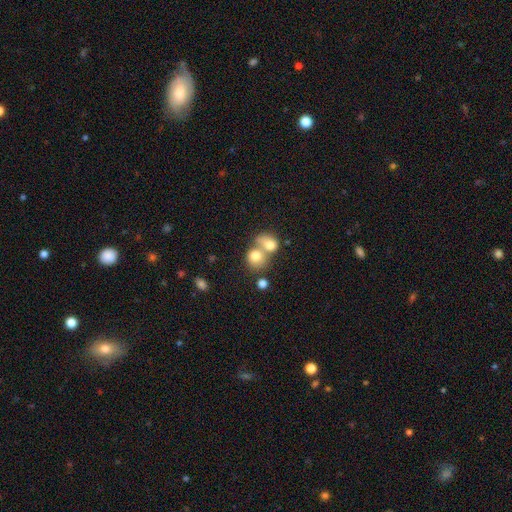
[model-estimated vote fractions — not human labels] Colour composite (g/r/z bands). It shows a smooth galaxy with no disk features (76%) that is round (67%). Merging: merger (65%).